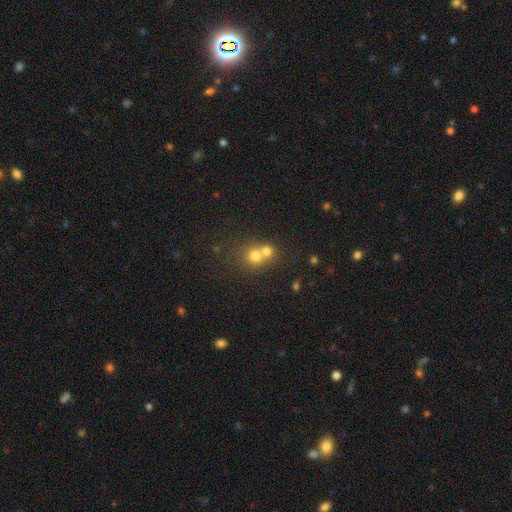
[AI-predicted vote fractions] Smooth or featured: smooth — 72% (featured or disk — 14%)
How rounded: round — 84% (in between — 15%)
Merging: merger — 58% (none — 34%)